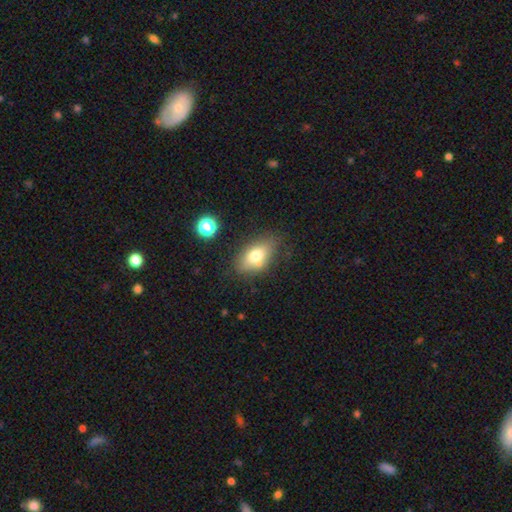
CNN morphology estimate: A smooth galaxy with no disk features (72%) that is in between round and cigar-shaped (86%). Merging: none (67%).